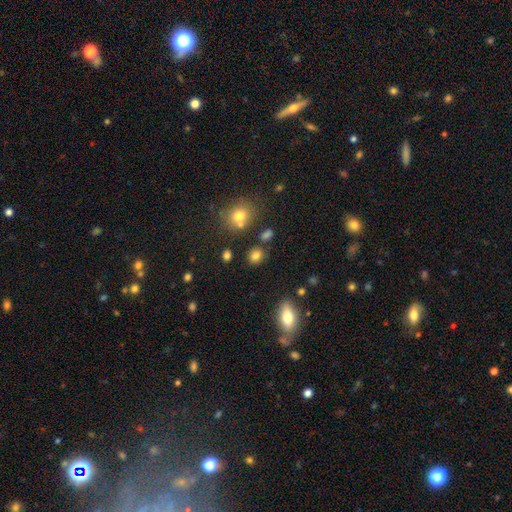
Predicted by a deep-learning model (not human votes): Smooth or featured? Predicted: smooth (p=0.79). How rounded? Predicted: round (p=0.67). Merging? Predicted: none (p=0.78).